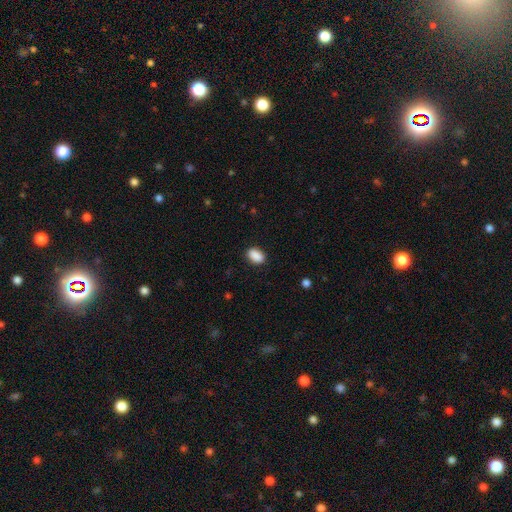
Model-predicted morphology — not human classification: This is clearly a smooth galaxy (90%). How rounded: clearly in between (88%). Merging: clearly none (87%).